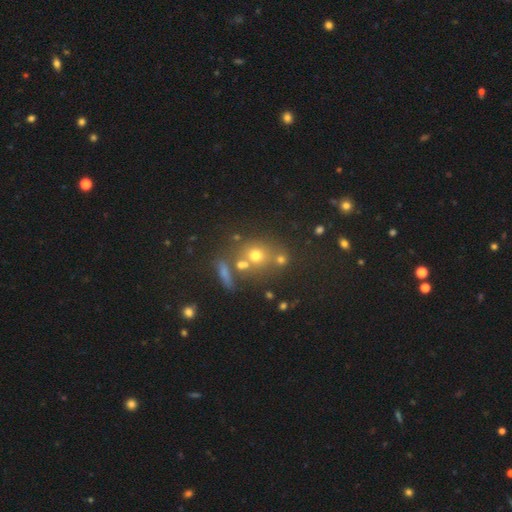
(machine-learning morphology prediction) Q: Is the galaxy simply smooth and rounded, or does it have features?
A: smooth — 62%.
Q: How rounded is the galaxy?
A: round — 78%.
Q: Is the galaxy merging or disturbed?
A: none — 57%.